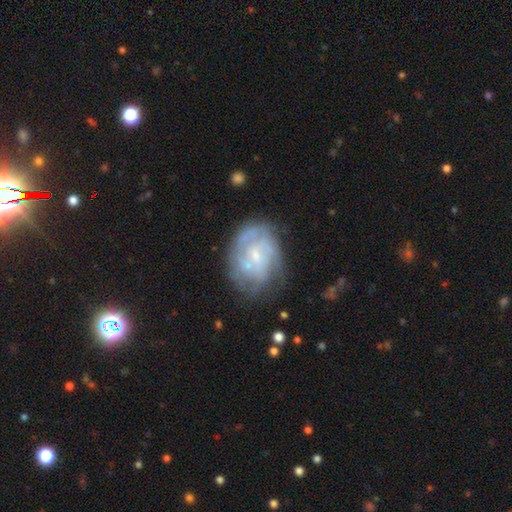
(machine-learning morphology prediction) A featured or disk galaxy (71%) with no bar (59%), spiral arms (72%) and a small central bulge (65%).

Vote fractions:
- Smooth or featured? featured or disk: 71% / smooth: 22% / star or artifact: 7%
- Edge-on disk? no: 97% / yes: 3%
- Bar? no: 59% / weak: 35% / strong: 6%
- Spiral arms? yes: 72% / no: 28%
- Bulge size? small: 65% / moderate: 24% / none: 9% / large: 2% / dominant: 1%
- Merging? none: 57% / minor disturbance: 24% / major disturbance: 14% / merger: 4%